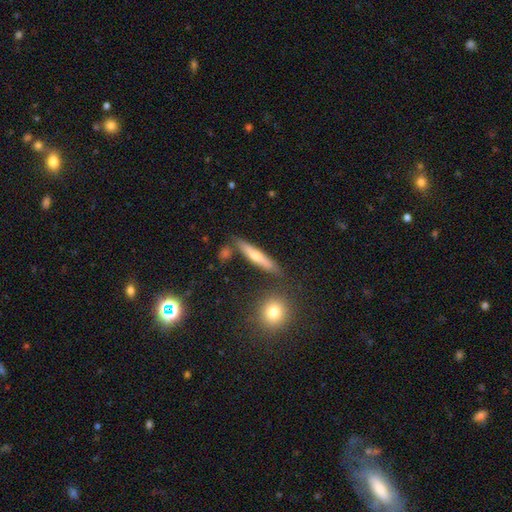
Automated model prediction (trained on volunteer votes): A smooth galaxy with no disk features (48%). Merging: none (81%).